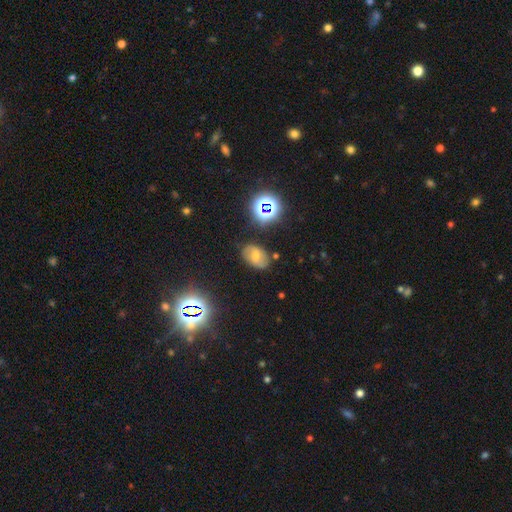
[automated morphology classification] This appears to be a featured or disk galaxy (37%). Merging: none (79%).